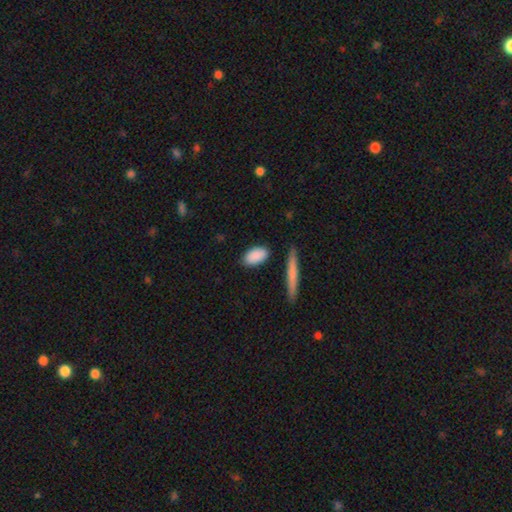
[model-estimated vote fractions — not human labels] smooth-or-featured: smooth: 88% | featured or disk: 6% | star or artifact: 6%
  how-rounded: in between: 91% | cigar-shaped: 5% | round: 4%
  merging: none: 84% | minor disturbance: 11% | merger: 3% | major disturbance: 3%